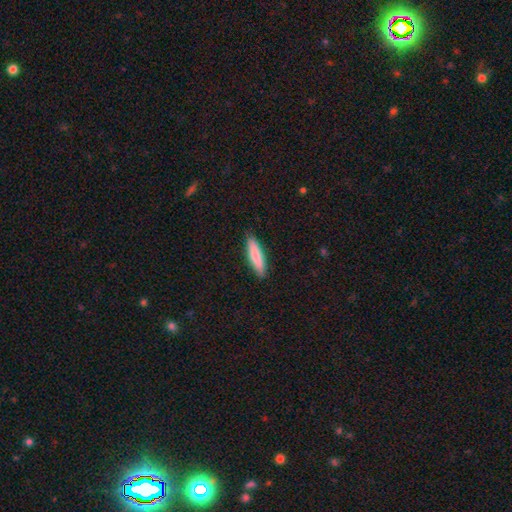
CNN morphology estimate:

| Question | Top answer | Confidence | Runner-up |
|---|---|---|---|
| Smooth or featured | smooth | 81% | featured or disk (14%) |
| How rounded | cigar-shaped | 75% | in between (24%) |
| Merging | none | 88% | minor disturbance (9%) |